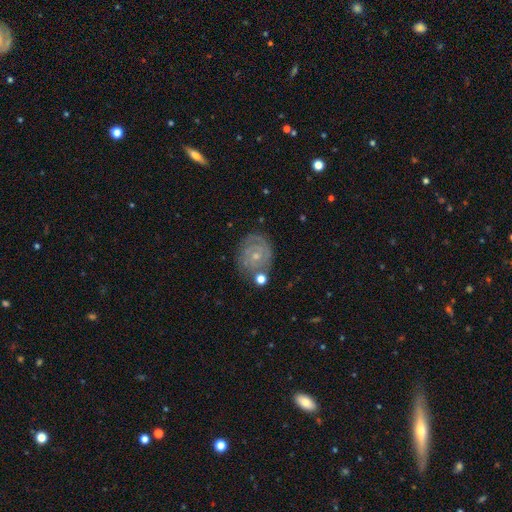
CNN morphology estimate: Smooth or featured? featured or disk (74%)
Edge-on disk? no (97%)
Bar? no (77%)
Spiral arms? yes (89%)
Spiral winding? tight (75%)
Spiral arm count? can't tell (35%)
Bulge size? small (69%)
Merging? none (73%)